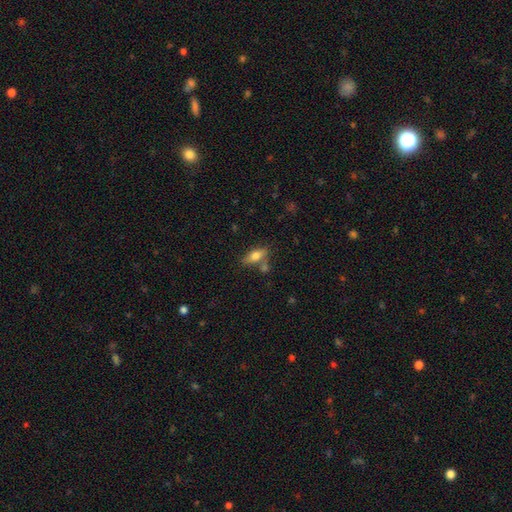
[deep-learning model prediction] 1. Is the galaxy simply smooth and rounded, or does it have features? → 66% smooth, 26% featured or disk, 8% star or artifact.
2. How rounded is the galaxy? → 72% in between, 24% cigar-shaped, 4% round.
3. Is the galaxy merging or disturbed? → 64% none, 17% merger, 15% minor disturbance, 5% major disturbance.